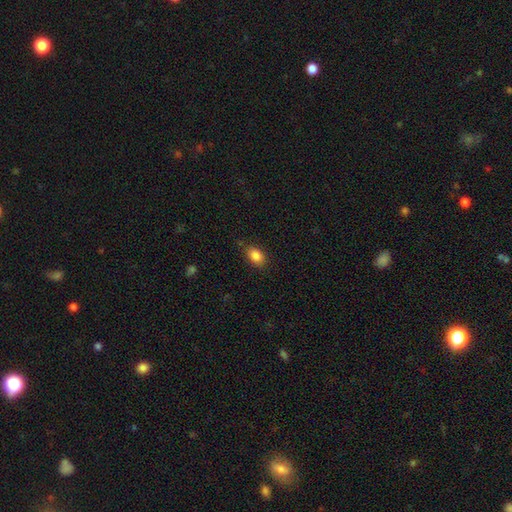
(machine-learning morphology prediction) Q: Smooth or featured?
A: smooth (86%); runner-up: star or artifact (9%)
Q: How rounded?
A: in between (81%); runner-up: round (17%)
Q: Merging?
A: none (81%); runner-up: minor disturbance (14%)